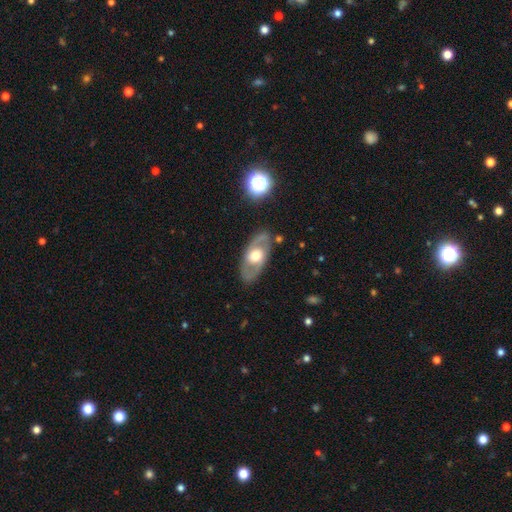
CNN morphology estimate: featured or disk 65%, smooth 29%, star or artifact 6%. Down the decision tree: edge-on disk — no (86%); bar — no (74%); spiral arms — no (52%); bulge size — moderate (64%); merging — none (81%).